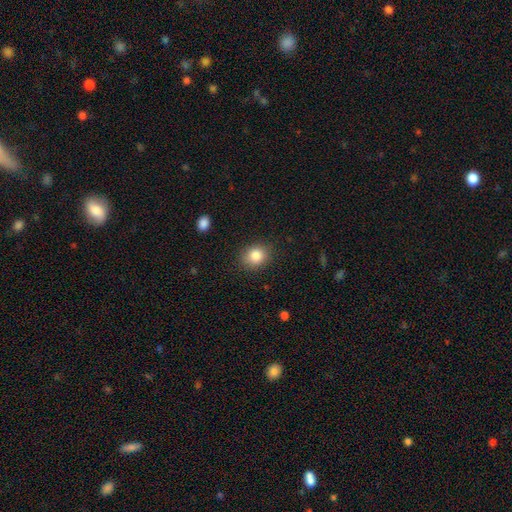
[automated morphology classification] A smooth galaxy with no disk features (85%) that is round (61%).

Vote fractions:
- Smooth or featured? smooth: 85% / star or artifact: 10% / featured or disk: 6%
- How rounded? round: 61% / in between: 38% / cigar-shaped: 1%
- Merging? none: 85% / minor disturbance: 11% / major disturbance: 3% / merger: 1%